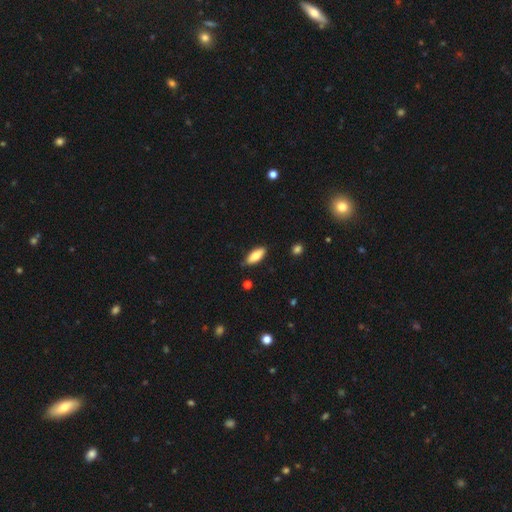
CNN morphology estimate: A smooth galaxy with no disk features (77%) that is in between round and cigar-shaped (79%). Merging: none (81%).